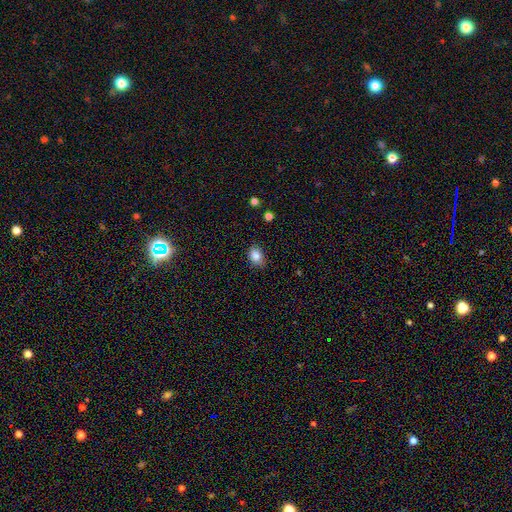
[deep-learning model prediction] smooth 85%, star or artifact 9%, featured or disk 6%. Down the decision tree: how rounded — in between (71%); merging — none (79%).